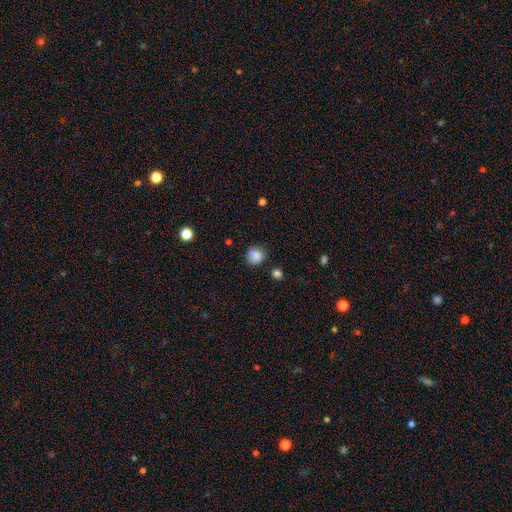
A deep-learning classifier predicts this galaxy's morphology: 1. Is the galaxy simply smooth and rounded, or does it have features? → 83% smooth, 10% star or artifact, 7% featured or disk.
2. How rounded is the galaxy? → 86% round, 13% in between, 1% cigar-shaped.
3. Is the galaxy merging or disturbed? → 77% none, 16% minor disturbance, 4% major disturbance, 3% merger.